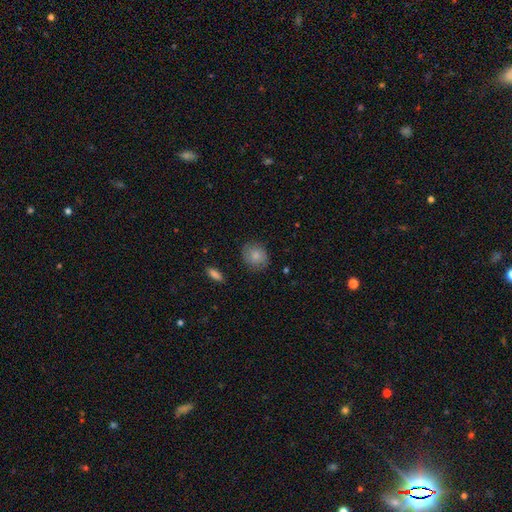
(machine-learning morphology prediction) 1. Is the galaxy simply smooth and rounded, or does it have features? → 76% smooth, 17% featured or disk, 8% star or artifact.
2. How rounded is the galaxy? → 68% round, 31% in between, 1% cigar-shaped.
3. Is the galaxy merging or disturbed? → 80% none, 15% minor disturbance, 3% major disturbance, 1% merger.